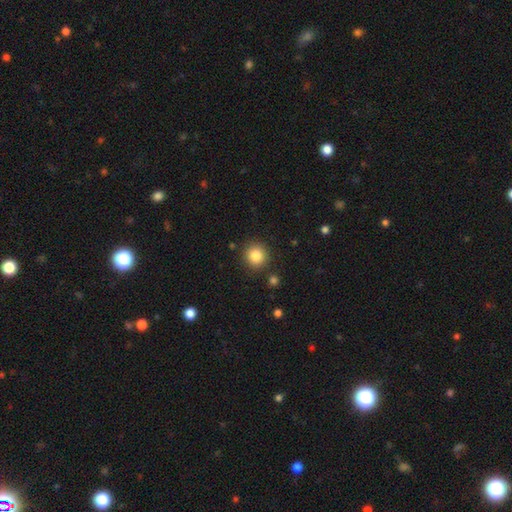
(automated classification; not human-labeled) A smooth galaxy with no disk features (85%) that is round (92%).

Vote fractions:
- Smooth or featured? smooth: 85% / star or artifact: 10% / featured or disk: 5%
- How rounded? round: 92% / in between: 7% / cigar-shaped: 1%
- Merging? none: 88% / minor disturbance: 7% / merger: 3% / major disturbance: 2%